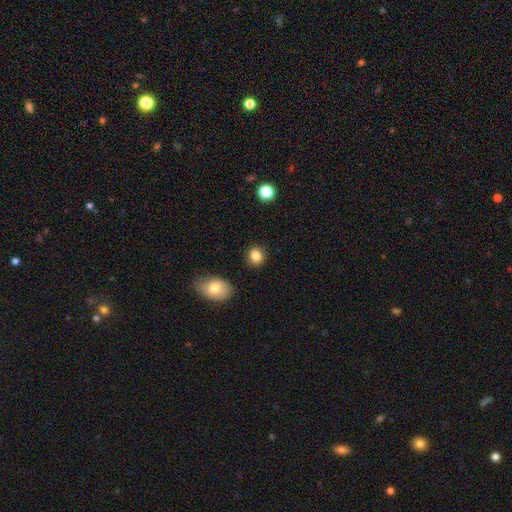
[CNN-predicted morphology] This appears to be a smooth galaxy with no disk features (85%) that is round (69%). Merging: none (87%).